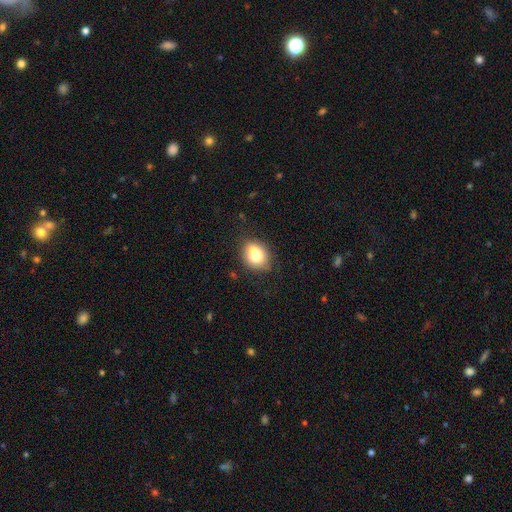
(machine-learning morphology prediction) type=smooth (76%); roundness=round (52%); merging=none (67%).